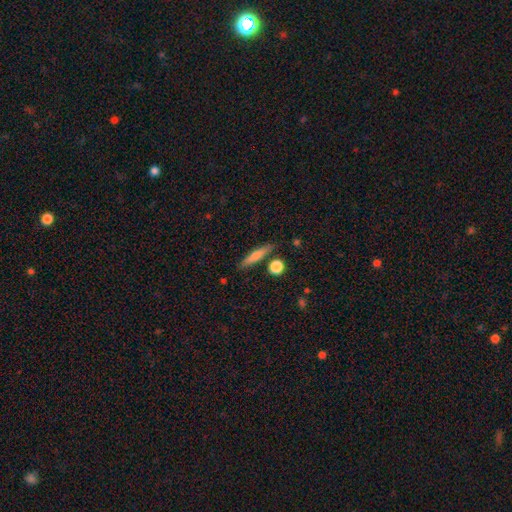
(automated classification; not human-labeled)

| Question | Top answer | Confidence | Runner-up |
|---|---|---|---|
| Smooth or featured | smooth | 68% | featured or disk (24%) |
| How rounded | cigar-shaped | 85% | in between (11%) |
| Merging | none | 82% | minor disturbance (10%) |